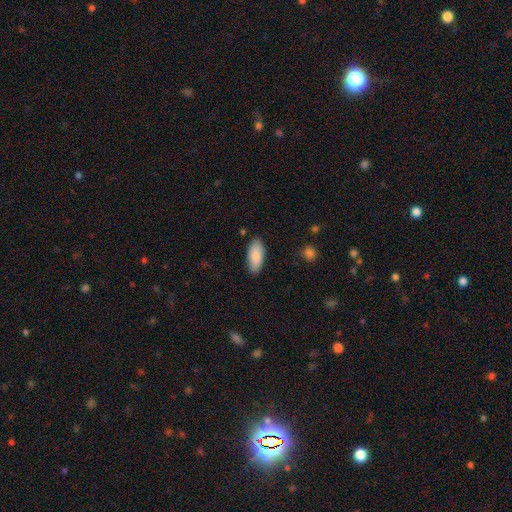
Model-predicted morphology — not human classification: The model was most divided on "how rounded": in between: 87%, cigar-shaped: 11%, round: 2%. More confident: smooth or featured — smooth (87%); merging — none (86%).